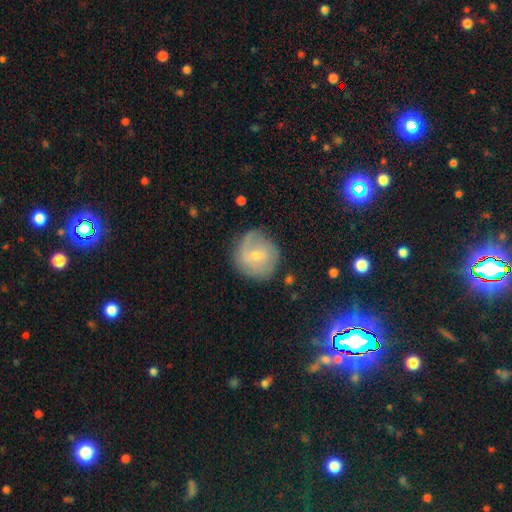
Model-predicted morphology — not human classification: type=smooth (49%); merging=none (66%).